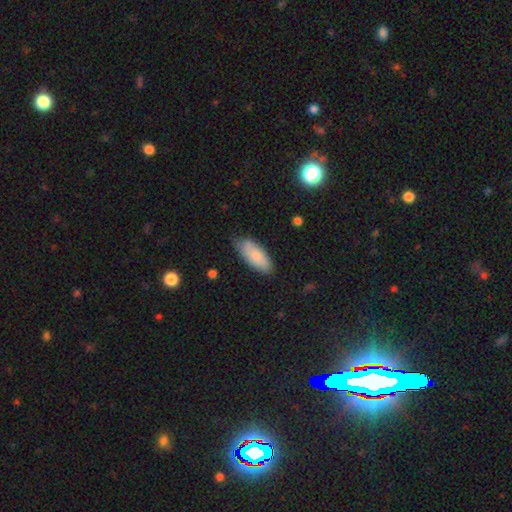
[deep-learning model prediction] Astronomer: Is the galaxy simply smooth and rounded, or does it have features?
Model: smooth — 80%.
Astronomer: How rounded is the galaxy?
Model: in between — 84%.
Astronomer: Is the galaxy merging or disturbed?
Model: none — 67%.